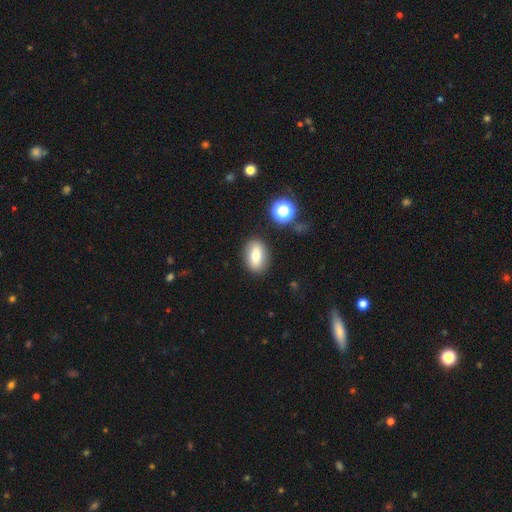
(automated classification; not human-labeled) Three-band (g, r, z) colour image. It shows a smooth galaxy with no disk features (70%) that is in between round and cigar-shaped (83%). Merging: none (85%).